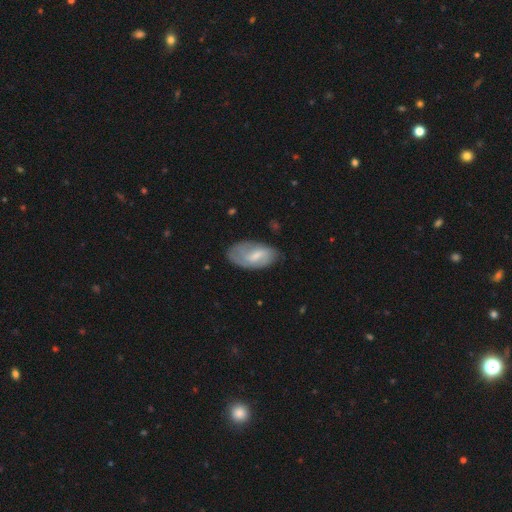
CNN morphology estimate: Overall: smooth (48%; featured or disk 46%). Merging: none (61%; minor disturbance 28%).